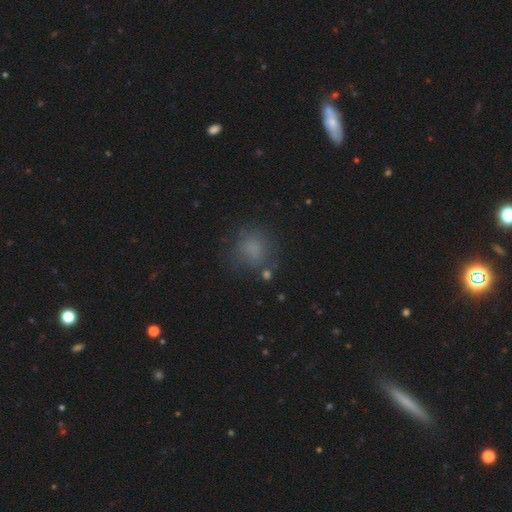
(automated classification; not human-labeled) Overall: smooth (59%; star or artifact 29%). How rounded: round (88%). Merging: none (78%).